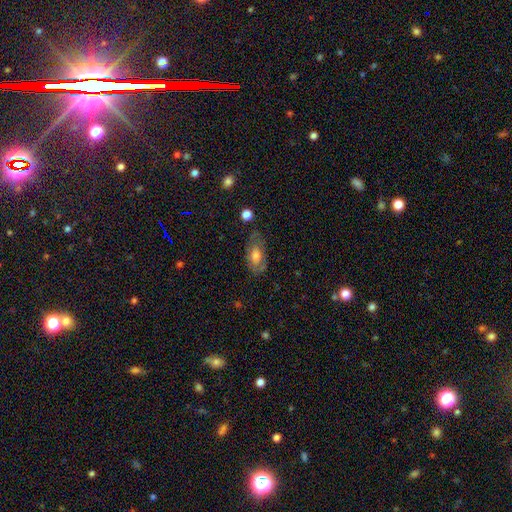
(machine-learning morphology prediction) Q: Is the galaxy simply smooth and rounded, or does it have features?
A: smooth — 56%.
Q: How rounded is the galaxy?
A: in between — 88%.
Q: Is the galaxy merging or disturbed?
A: none — 67%.